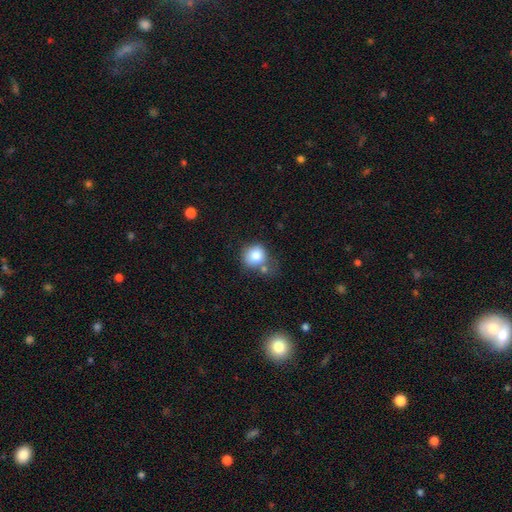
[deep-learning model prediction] Q: Smooth or featured?
A: smooth (81%); runner-up: star or artifact (10%)
Q: How rounded?
A: round (80%); runner-up: in between (19%)
Q: Merging?
A: none (48%); runner-up: merger (21%)